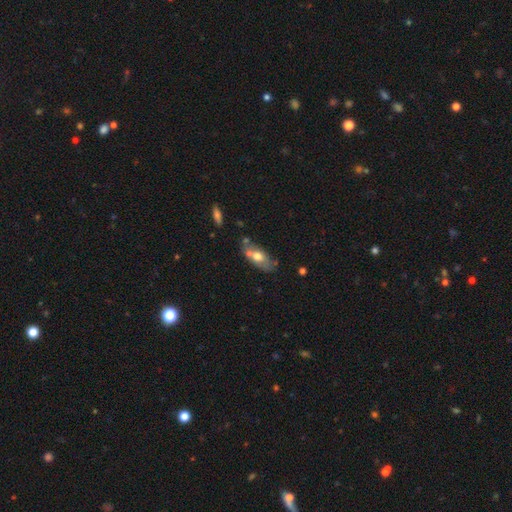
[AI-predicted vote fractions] Overall: smooth (54%; featured or disk 39%). How rounded: in between (82%). Merging: none (54%; merger 20%).